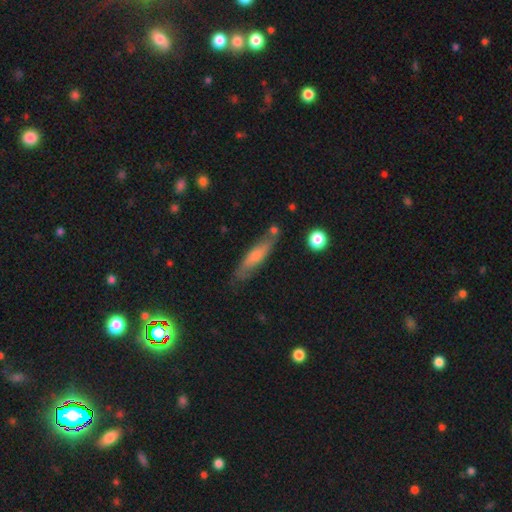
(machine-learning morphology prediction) smooth-or-featured: smooth: 61% | featured or disk: 33% | star or artifact: 6%
  how-rounded: cigar-shaped: 77% | in between: 21% | round: 2%
  merging: none: 71% | minor disturbance: 19% | merger: 5% | major disturbance: 5%